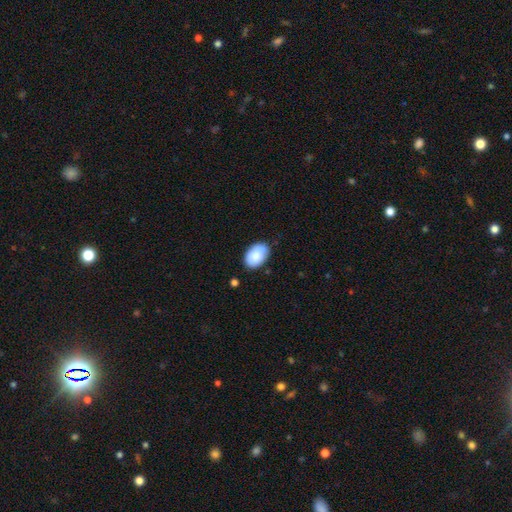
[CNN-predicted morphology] smooth 79%, featured or disk 14%, star or artifact 7%. Down the decision tree: how rounded — in between (86%); merging — none (75%).